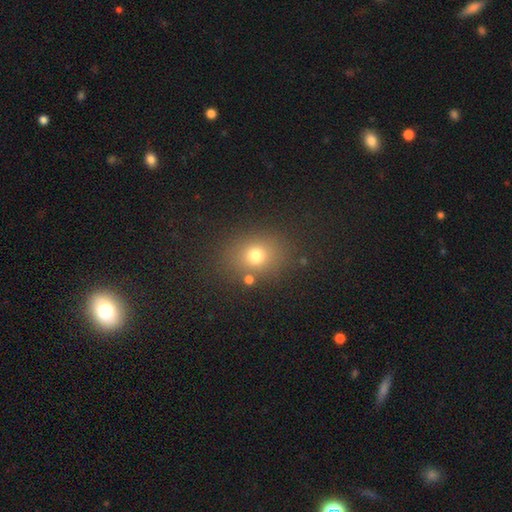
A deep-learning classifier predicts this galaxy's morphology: A smooth galaxy with no disk features (73%) that is round (55%). Merging: none (80%).